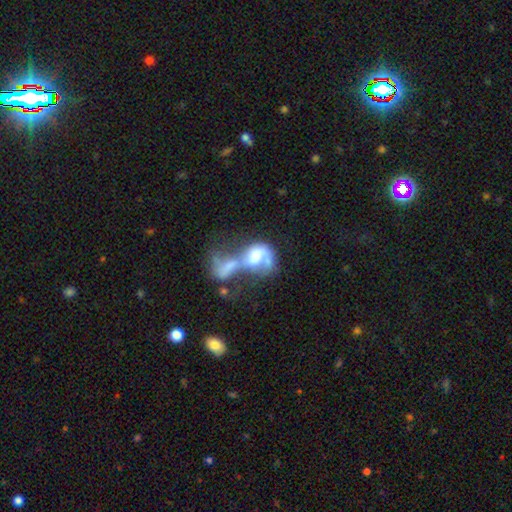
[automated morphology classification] This is possibly a featured or disk galaxy (52%). It is clearly not viewed edge-on (97%). Bar: likely no (74%). Spiral arm pattern: likely no (63%). Central bulge: marginally moderate (40%). Merging: likely merger (70%).